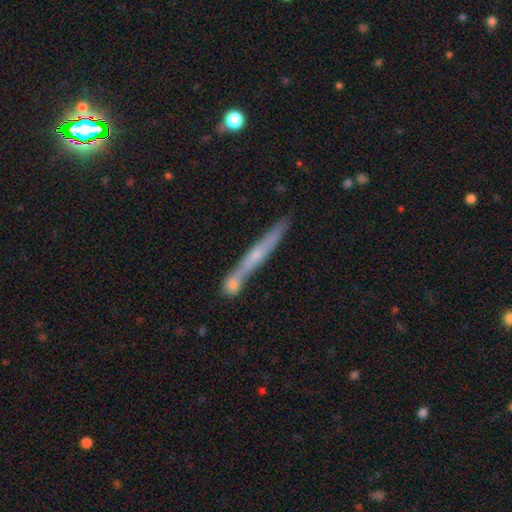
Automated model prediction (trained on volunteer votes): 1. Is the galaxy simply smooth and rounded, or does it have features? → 57% featured or disk, 35% smooth, 8% star or artifact.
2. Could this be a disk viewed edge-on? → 93% yes, 7% no.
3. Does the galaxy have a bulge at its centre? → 56% none, 39% rounded, 5% boxy.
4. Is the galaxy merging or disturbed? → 68% none, 16% merger, 12% minor disturbance, 3% major disturbance.